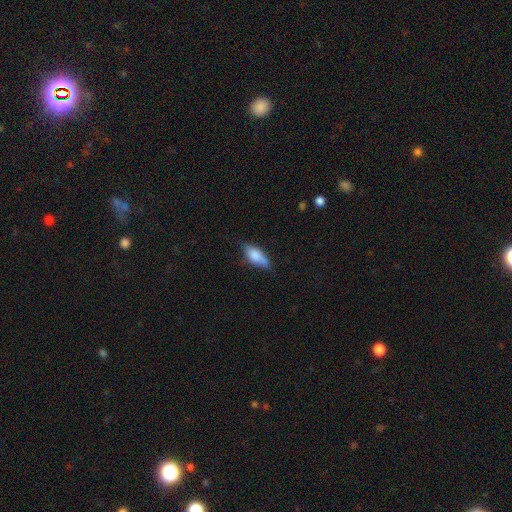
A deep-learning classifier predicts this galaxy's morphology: smooth-or-featured: smooth: 78% | featured or disk: 15% | star or artifact: 7%
  how-rounded: in between: 80% | cigar-shaped: 17% | round: 3%
  merging: none: 57% | minor disturbance: 33% | major disturbance: 7% | merger: 3%